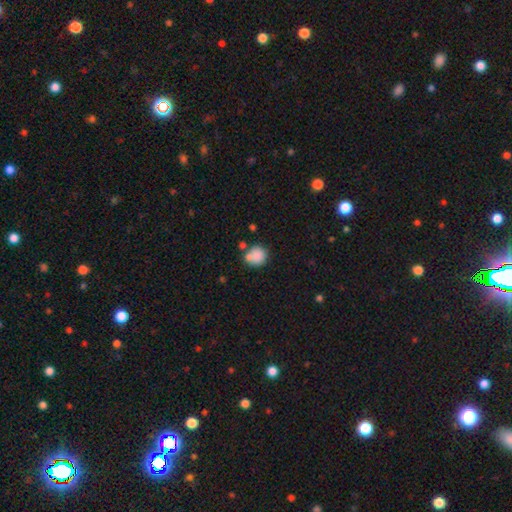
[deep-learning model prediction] Q: Smooth or featured?
A: smooth (82%); runner-up: star or artifact (9%)
Q: How rounded?
A: round (87%); runner-up: in between (12%)
Q: Merging?
A: none (56%); runner-up: merger (25%)